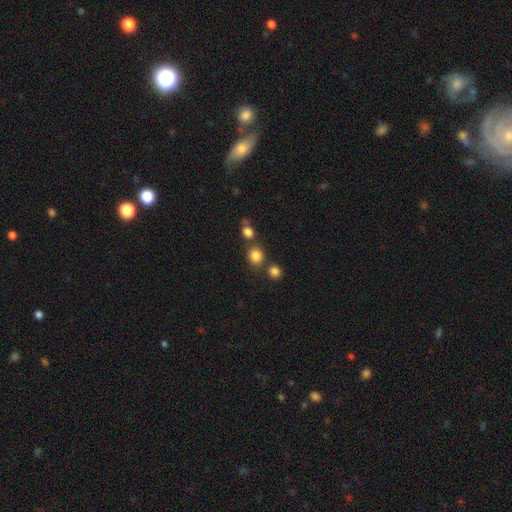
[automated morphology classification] Smooth or featured?
  - smooth: 83% *
  - star or artifact: 12%
  - featured or disk: 5%
How rounded?
  - round: 77% *
  - in between: 22%
  - cigar-shaped: 1%
Merging?
  - none: 72% *
  - merger: 15%
  - minor disturbance: 9%
  - major disturbance: 3%